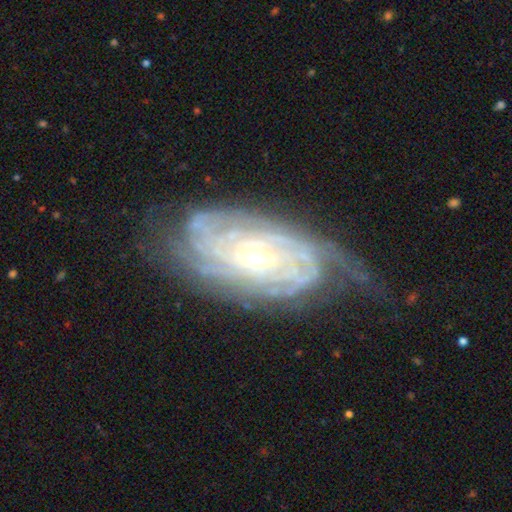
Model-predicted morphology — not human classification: This is clearly a featured or disk galaxy (88%). It is clearly not viewed edge-on (94%). Bar: possibly no (58%). Spiral arm pattern: clearly yes (97%). Spiral arm count: marginally can't tell (36%). Spiral winding: likely tight (79%). Central bulge: possibly moderate (55%). Merging: likely none (64%).